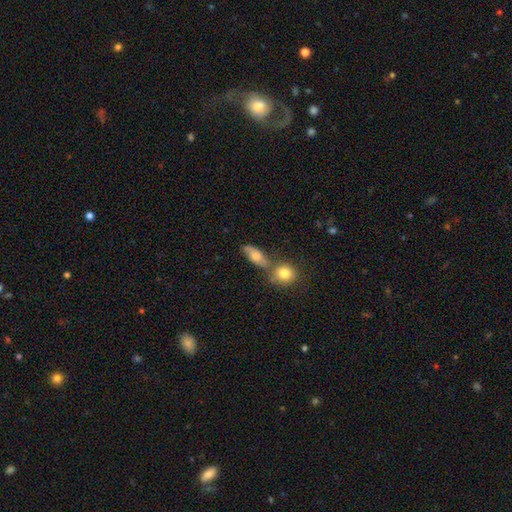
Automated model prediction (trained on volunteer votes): This appears to be a smooth galaxy with no disk features (58%) that is in between round and cigar-shaped (68%). Merging: none (44%).